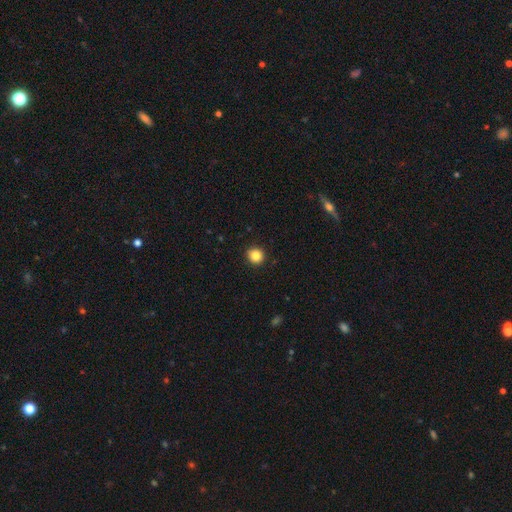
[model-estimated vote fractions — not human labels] A smooth galaxy with no disk features (85%) that is round (91%).

Vote fractions:
- Smooth or featured? smooth: 85% / star or artifact: 10% / featured or disk: 4%
- How rounded? round: 91% / in between: 8% / cigar-shaped: 1%
- Merging? none: 92% / minor disturbance: 6% / major disturbance: 2% / merger: 1%